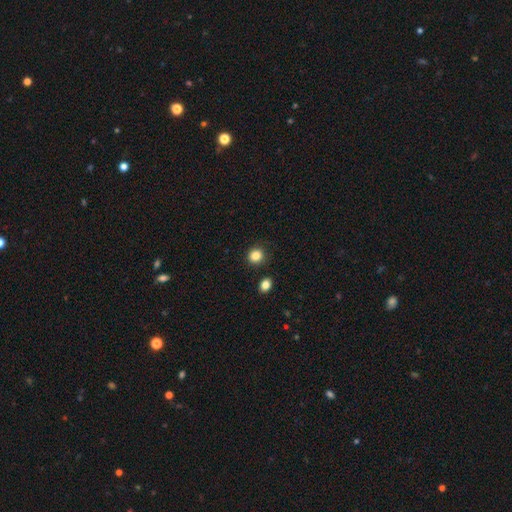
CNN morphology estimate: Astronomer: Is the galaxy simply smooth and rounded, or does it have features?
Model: smooth — 85%.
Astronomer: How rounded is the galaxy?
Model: round — 86%.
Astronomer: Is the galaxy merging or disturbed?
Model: none — 86%.